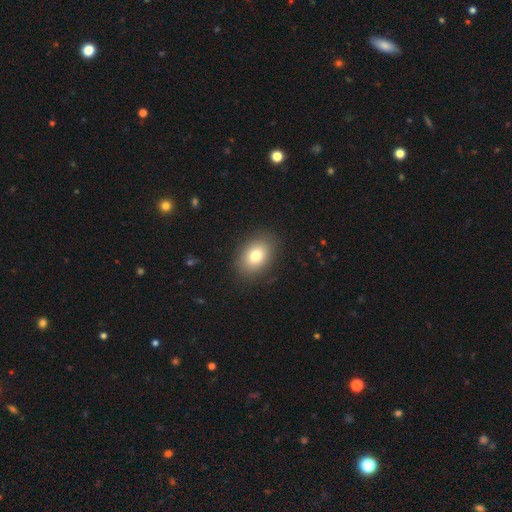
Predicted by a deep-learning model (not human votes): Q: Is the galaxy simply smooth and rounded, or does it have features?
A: smooth — 79%.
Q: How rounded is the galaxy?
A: in between — 74%.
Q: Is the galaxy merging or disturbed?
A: none — 87%.